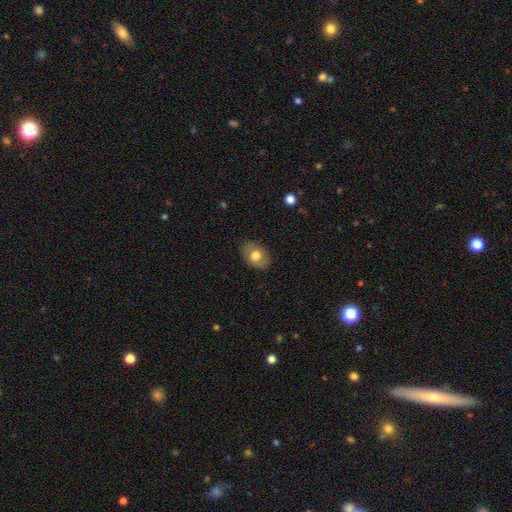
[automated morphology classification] A smooth galaxy with no disk features (73%) that is in between round and cigar-shaped (75%).

Vote fractions:
- Smooth or featured? smooth: 73% / featured or disk: 19% / star or artifact: 8%
- How rounded? in between: 75% / round: 24% / cigar-shaped: 1%
- Merging? none: 84% / minor disturbance: 12% / major disturbance: 3% / merger: 1%